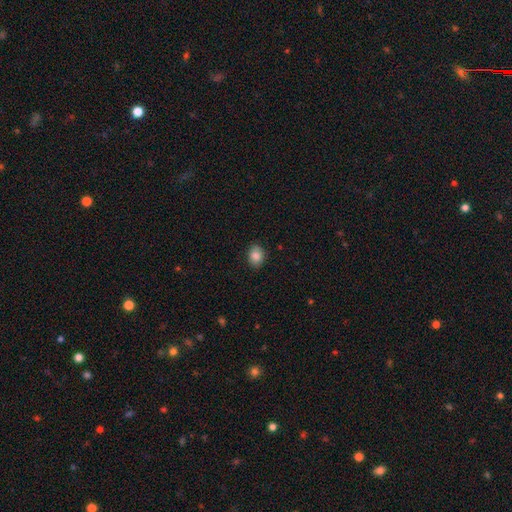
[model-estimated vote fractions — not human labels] Morphology: type=smooth (85%); roundness=in between (63%); merging=none (87%).